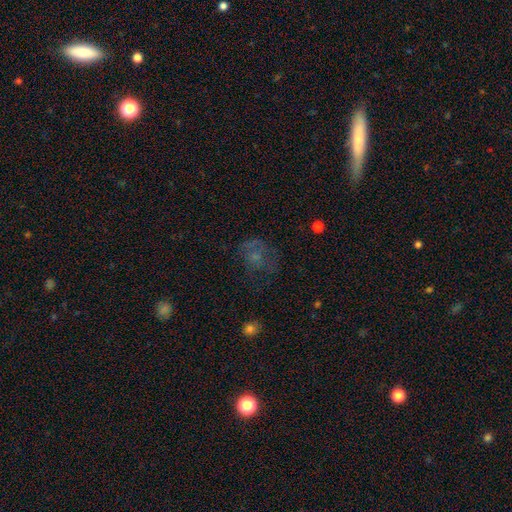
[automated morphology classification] The model was most divided on "smooth or featured": smooth: 43%, featured or disk: 34%, star or artifact: 23%. Remaining: merging — none (47%).